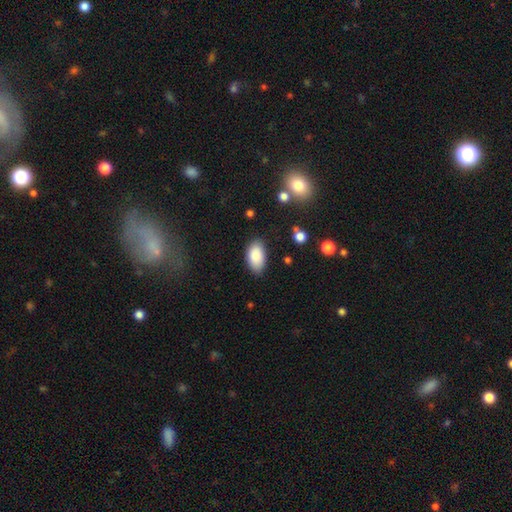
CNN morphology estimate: This is clearly a smooth galaxy (88%). How rounded: clearly in between (94%). Merging: clearly none (80%).